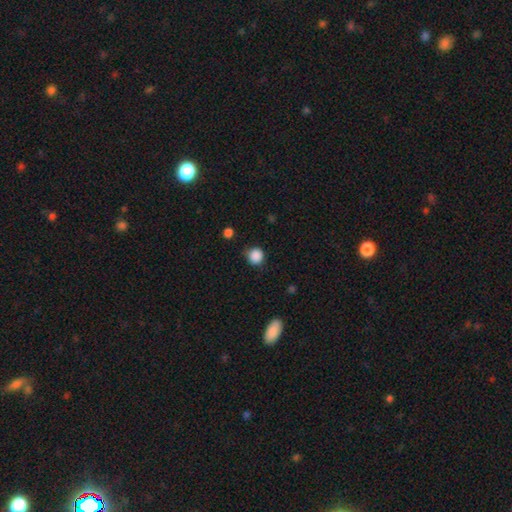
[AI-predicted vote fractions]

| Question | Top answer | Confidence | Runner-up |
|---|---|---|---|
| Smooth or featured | smooth | 87% | star or artifact (10%) |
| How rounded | round | 91% | in between (8%) |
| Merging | none | 82% | minor disturbance (13%) |